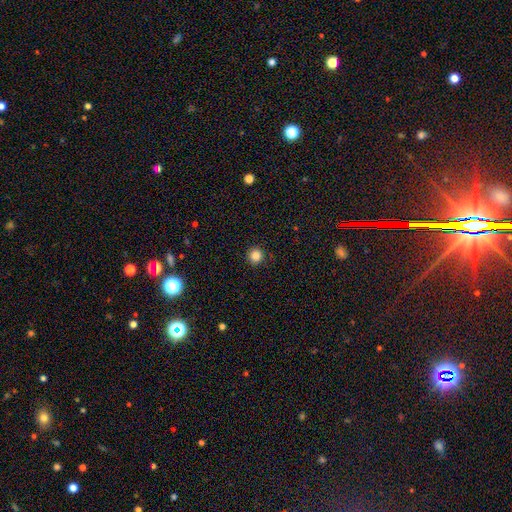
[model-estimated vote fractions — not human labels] The model was most divided on "smooth or featured": smooth: 84%, star or artifact: 12%, featured or disk: 4%. More confident: how rounded — round (96%); merging — none (92%).